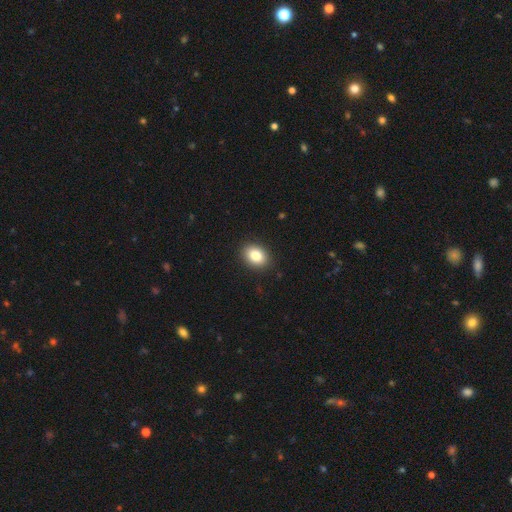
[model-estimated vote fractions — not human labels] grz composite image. It shows a smooth galaxy with no disk features (85%) that is in between round and cigar-shaped (70%). Merging: none (90%).